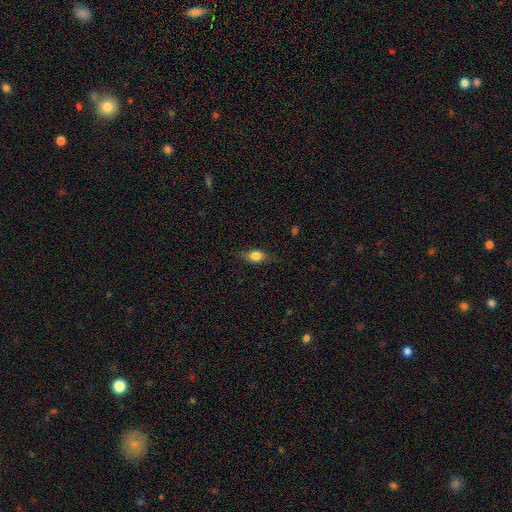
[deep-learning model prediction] This is likely a smooth galaxy (72%). How rounded: likely in between (72%). Merging: likely none (75%).